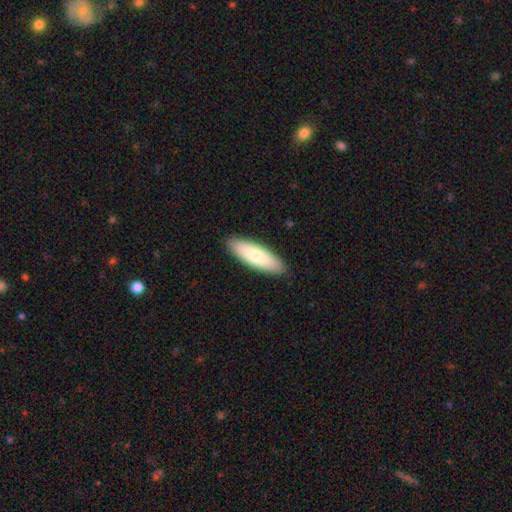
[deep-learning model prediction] Q: Smooth or featured?
A: smooth (78%); runner-up: featured or disk (17%)
Q: How rounded?
A: in between (49%); tied with: cigar-shaped (49%)
Q: Merging?
A: none (89%); runner-up: minor disturbance (8%)